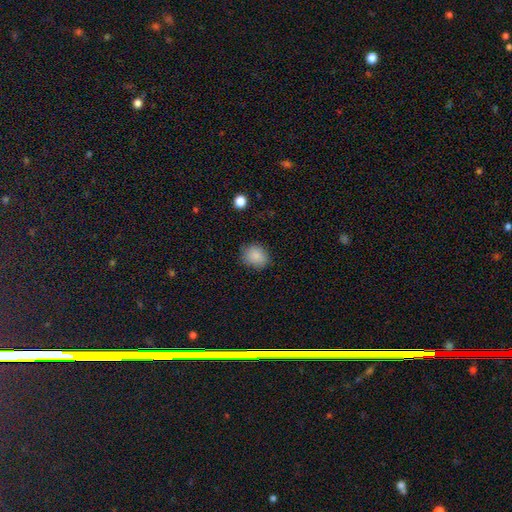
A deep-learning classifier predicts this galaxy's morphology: type=smooth (86%); roundness=round (58%); merging=none (79%).